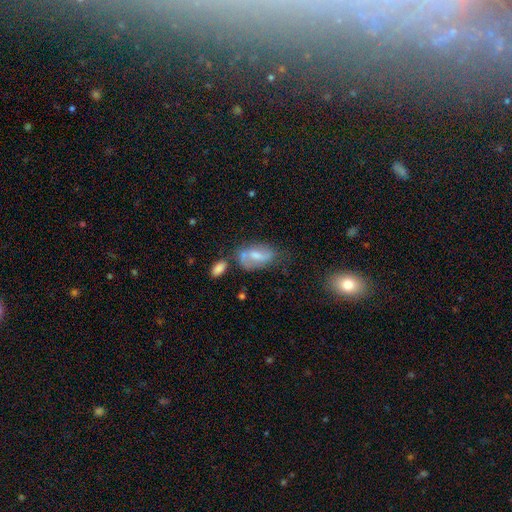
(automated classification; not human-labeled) smooth-or-featured: smooth: 46% | featured or disk: 45% | star or artifact: 9%
  merging: none: 43% | minor disturbance: 26% | merger: 19% | major disturbance: 13%